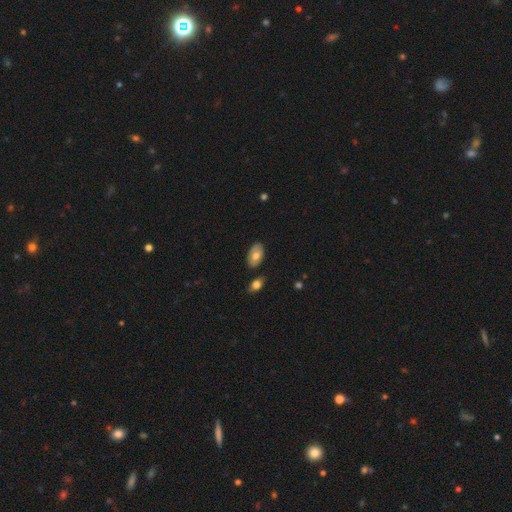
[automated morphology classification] Smooth or featured? smooth (69%)
How rounded? in between (94%)
Merging? none (81%)